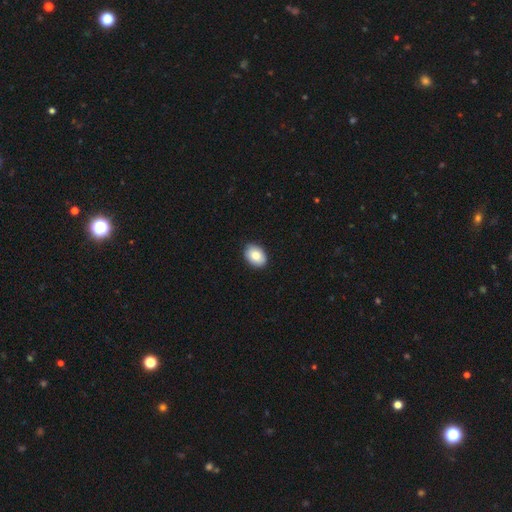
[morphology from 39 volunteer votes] This is clearly a smooth galaxy (85%). How rounded: likely in between (79%). Merging: clearly none (92%).